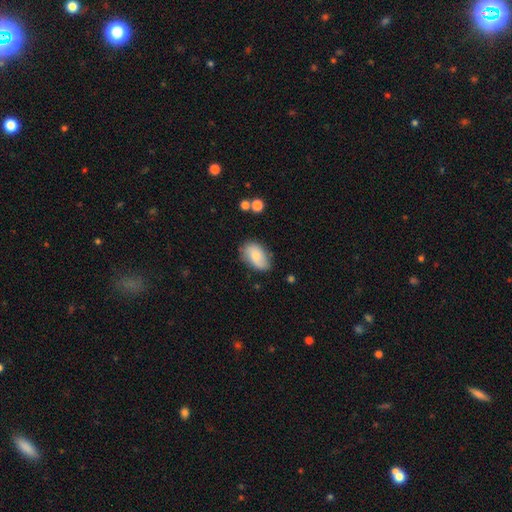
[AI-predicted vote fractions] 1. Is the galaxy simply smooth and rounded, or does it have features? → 68% smooth, 24% featured or disk, 7% star or artifact.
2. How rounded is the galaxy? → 90% in between, 8% round, 2% cigar-shaped.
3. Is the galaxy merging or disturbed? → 68% none, 24% minor disturbance, 5% major disturbance, 3% merger.